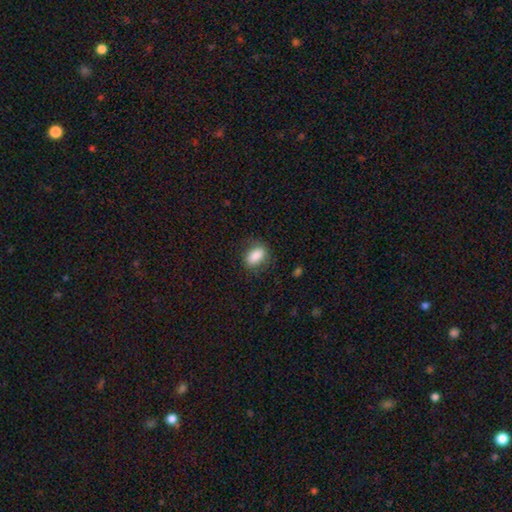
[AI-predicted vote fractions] A smooth galaxy with no disk features (85%) that is in between round and cigar-shaped (86%). Merging: none (78%).